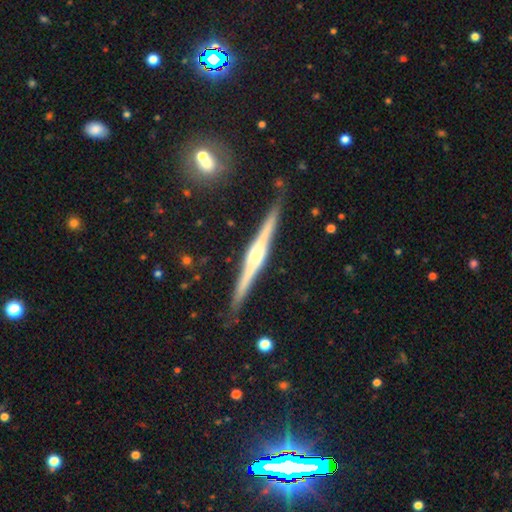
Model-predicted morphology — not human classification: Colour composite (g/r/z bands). It shows a featured or disk galaxy (83%) viewed edge-on (98%) with a rounded central bulge (61%). Merging: none (89%).